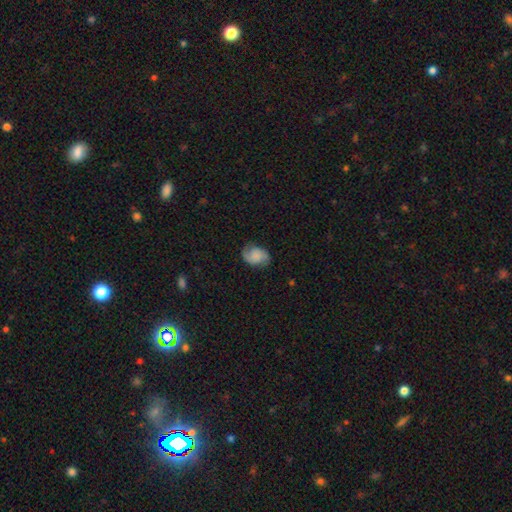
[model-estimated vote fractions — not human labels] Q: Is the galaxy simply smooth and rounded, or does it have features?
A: featured or disk — 46%.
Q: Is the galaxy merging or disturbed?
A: none — 73%.